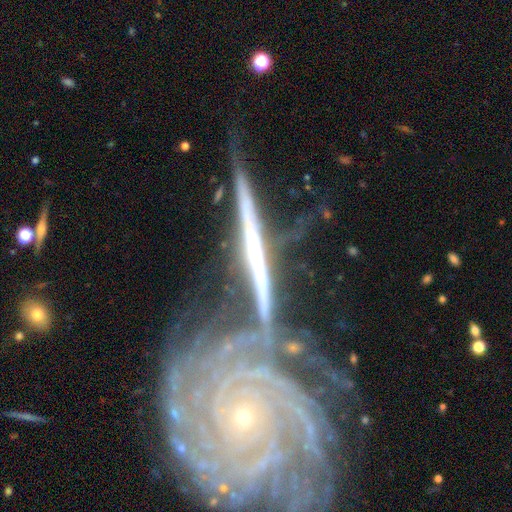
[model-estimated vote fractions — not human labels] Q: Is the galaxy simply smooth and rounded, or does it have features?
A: featured or disk — 86%.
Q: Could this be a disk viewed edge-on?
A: yes — 72%.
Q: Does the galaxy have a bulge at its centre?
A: none — 52%.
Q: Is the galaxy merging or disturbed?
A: none — 45%.